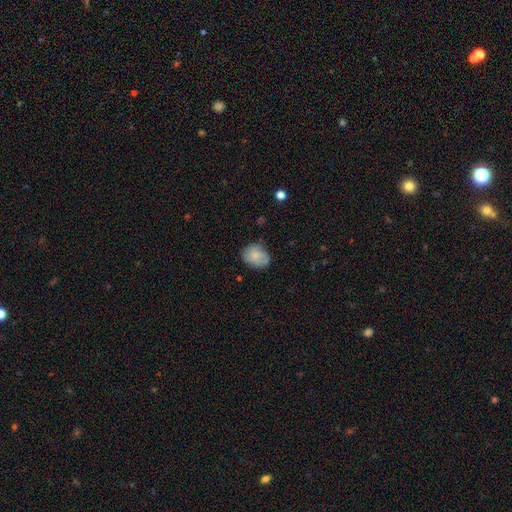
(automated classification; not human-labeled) Smooth or featured: smooth — 76% (featured or disk — 16%)
How rounded: in between — 57% (round — 42%)
Merging: none — 66% (minor disturbance — 26%)